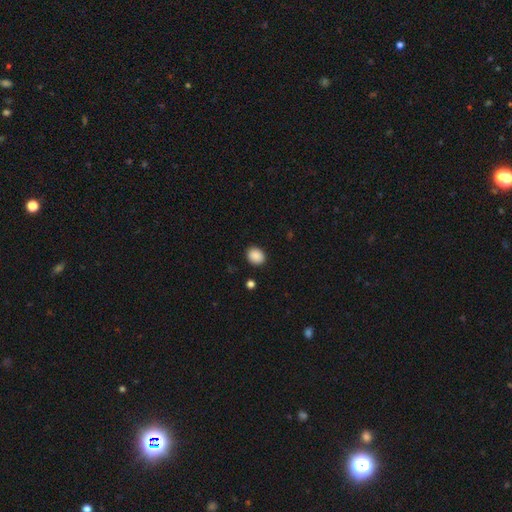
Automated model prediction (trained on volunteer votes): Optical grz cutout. It shows a smooth galaxy with no disk features (89%) that is round (57%). Merging: none (89%).